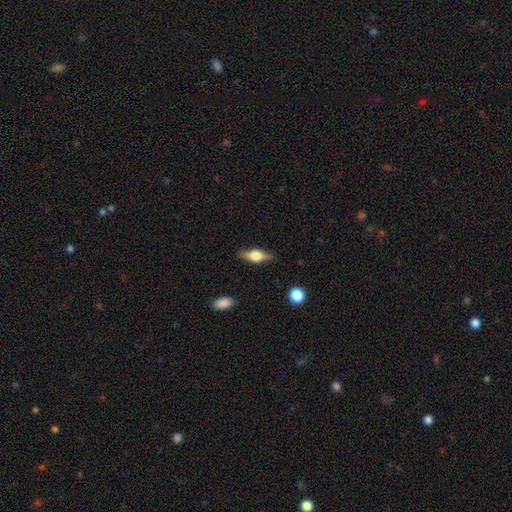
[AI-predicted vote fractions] Smooth or featured? featured or disk (49%)
Merging? none (84%)